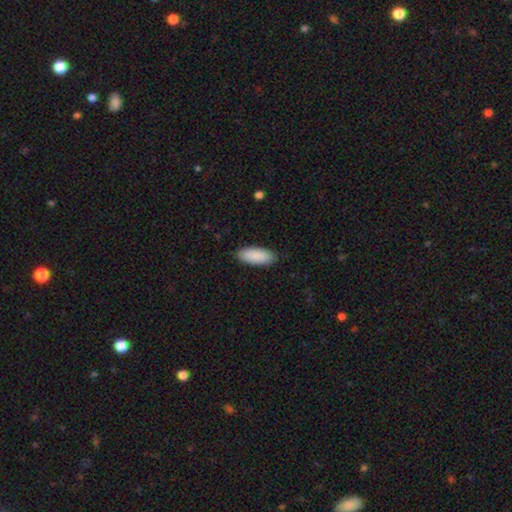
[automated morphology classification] Smooth or featured: smooth — 90% (star or artifact — 5%)
How rounded: in between — 83% (cigar-shaped — 16%)
Merging: none — 88% (minor disturbance — 9%)